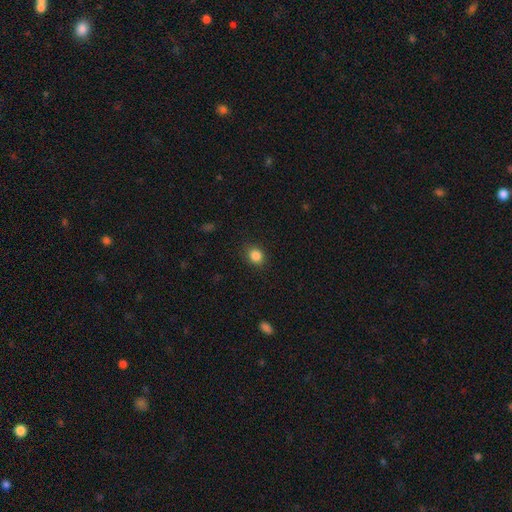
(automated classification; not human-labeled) Q: Smooth or featured?
A: smooth (86%); runner-up: star or artifact (11%)
Q: How rounded?
A: round (65%); runner-up: in between (34%)
Q: Merging?
A: none (85%); runner-up: minor disturbance (11%)